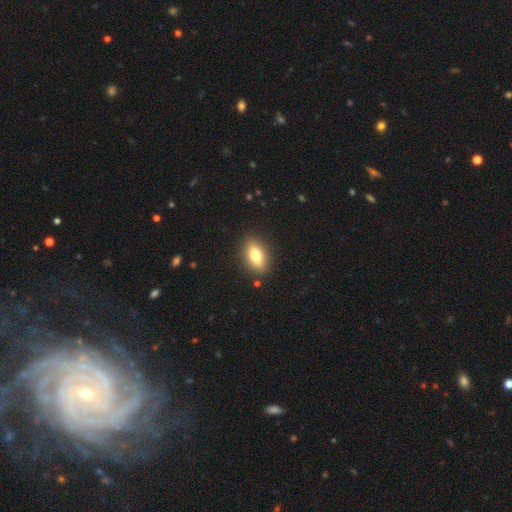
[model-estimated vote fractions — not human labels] Smooth or featured?
  - smooth: 72% *
  - featured or disk: 20%
  - star or artifact: 8%
How rounded?
  - in between: 82% *
  - cigar-shaped: 11%
  - round: 8%
Merging?
  - none: 87% *
  - minor disturbance: 9%
  - major disturbance: 2%
  - merger: 1%